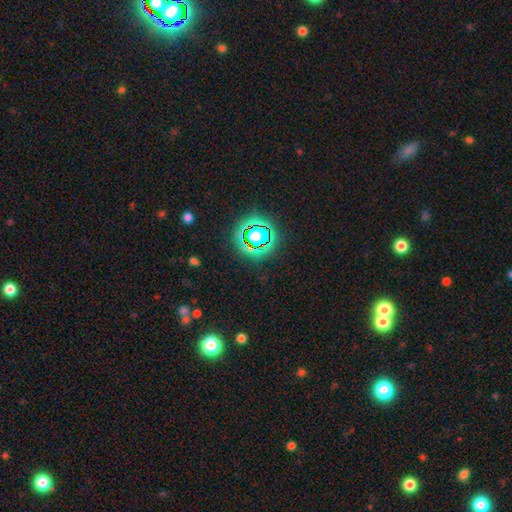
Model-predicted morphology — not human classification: smooth-or-featured: star or artifact: 75% | smooth: 16% | featured or disk: 9%